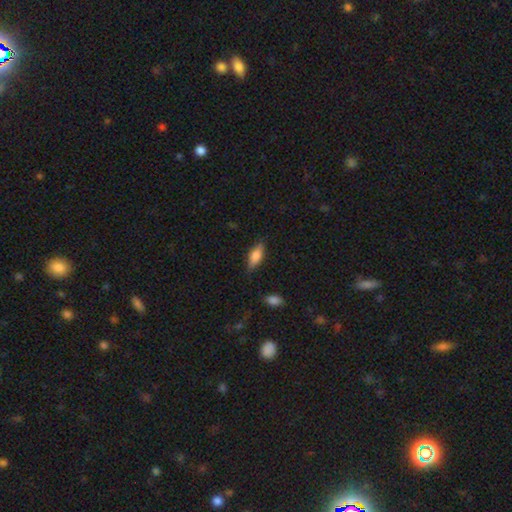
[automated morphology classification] Smooth or featured? smooth (70%)
How rounded? in between (71%)
Merging? none (80%)